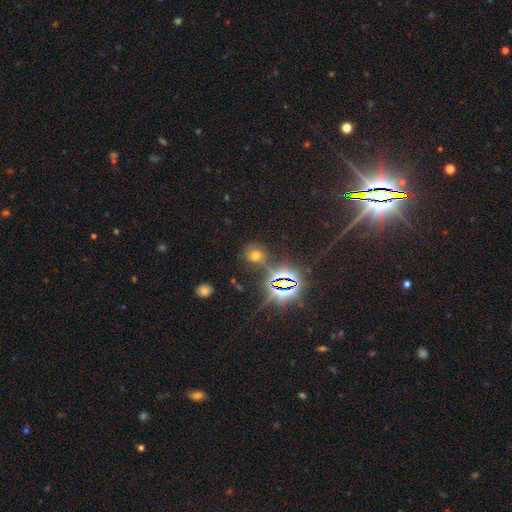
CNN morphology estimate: Smooth or featured? smooth (48%)
Merging? none (73%)